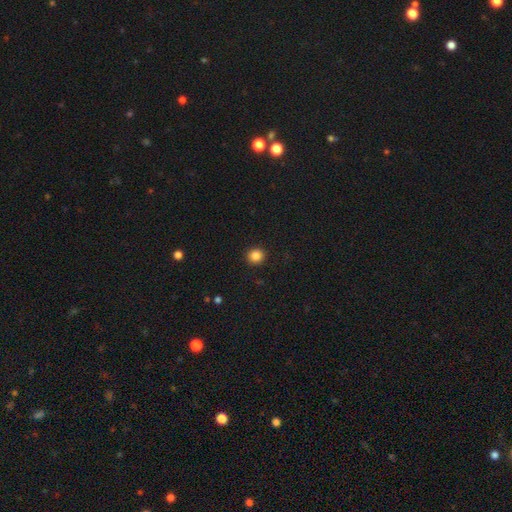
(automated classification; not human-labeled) Smooth or featured?
  - smooth: 86% *
  - star or artifact: 11%
  - featured or disk: 3%
How rounded?
  - round: 91% *
  - in between: 8%
  - cigar-shaped: 1%
Merging?
  - none: 92% *
  - minor disturbance: 5%
  - major disturbance: 2%
  - merger: 1%